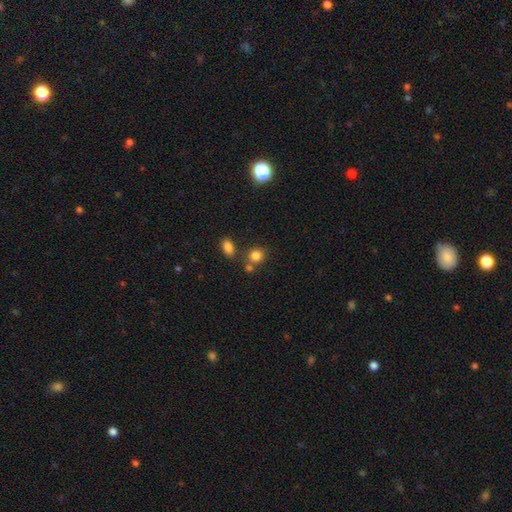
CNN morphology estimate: Smooth or featured?
  - smooth: 82% *
  - star or artifact: 12%
  - featured or disk: 6%
How rounded?
  - round: 73% *
  - in between: 26%
  - cigar-shaped: 1%
Merging?
  - none: 66% *
  - merger: 20%
  - minor disturbance: 10%
  - major disturbance: 4%